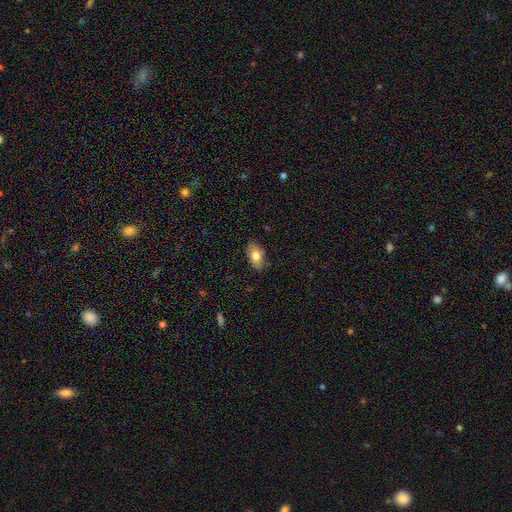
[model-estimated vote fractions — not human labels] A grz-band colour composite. It shows a smooth galaxy with no disk features (75%) that is in between round and cigar-shaped (90%). Merging: none (81%).